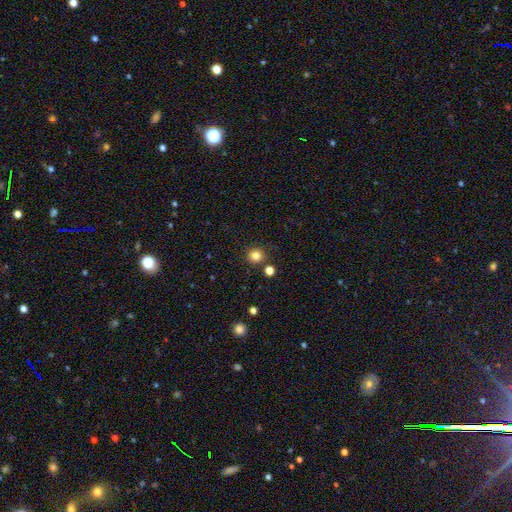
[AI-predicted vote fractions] This is clearly a smooth galaxy (82%). How rounded: clearly round (91%). Merging: clearly none (87%).